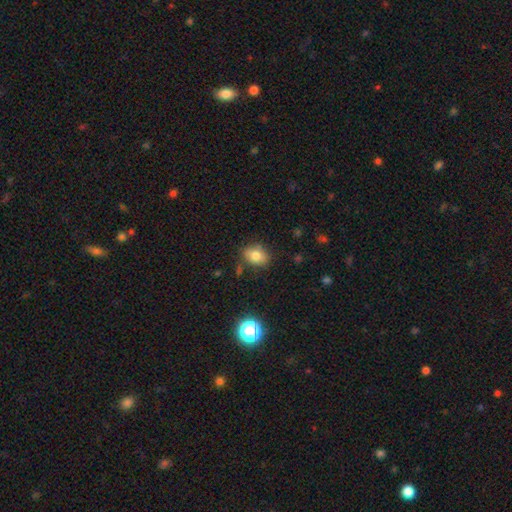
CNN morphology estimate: type=smooth (79%); roundness=in between (67%); merging=none (79%).